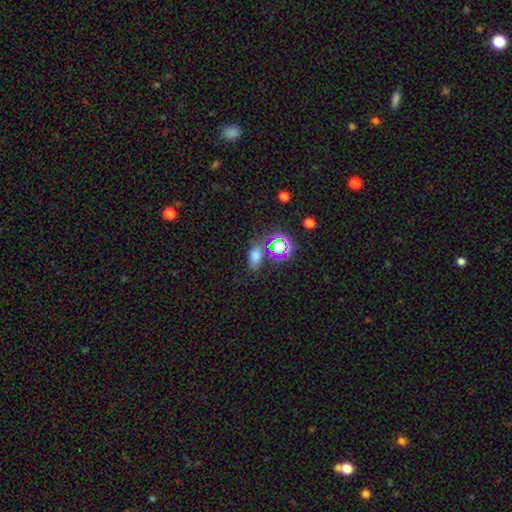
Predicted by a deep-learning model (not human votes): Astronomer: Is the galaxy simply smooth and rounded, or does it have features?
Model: smooth — 63%.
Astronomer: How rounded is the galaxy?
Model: in between — 80%.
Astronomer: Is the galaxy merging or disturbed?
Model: none — 68%.